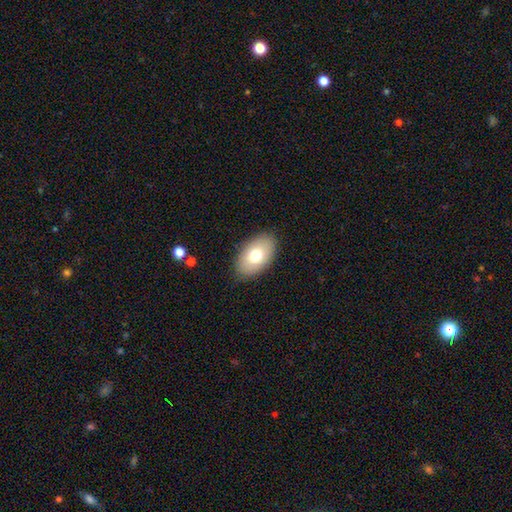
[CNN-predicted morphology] Smooth or featured? Predicted: smooth (p=0.73). How rounded? Predicted: in between (p=0.93). Merging? Predicted: none (p=0.86).